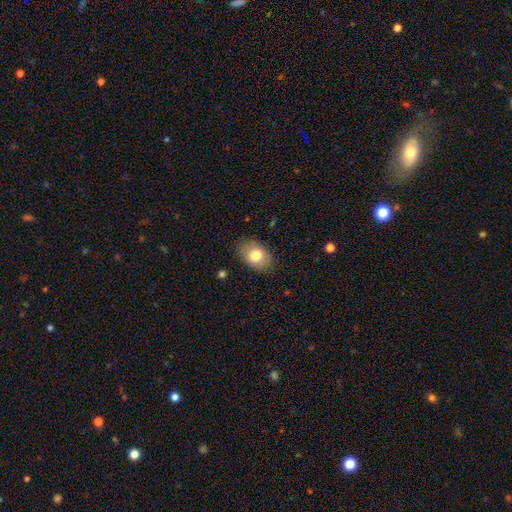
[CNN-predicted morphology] A smooth galaxy with no disk features (79%) that is in between round and cigar-shaped (84%). Merging: none (85%).